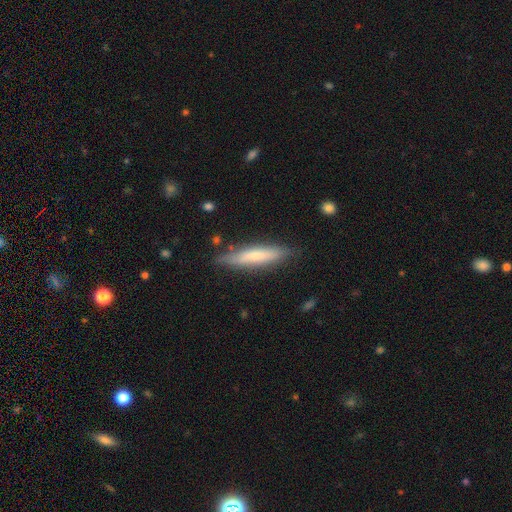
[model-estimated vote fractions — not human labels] This appears to be a smooth galaxy with no disk features (59%) that is cigar-shaped (85%). Merging: none (82%).